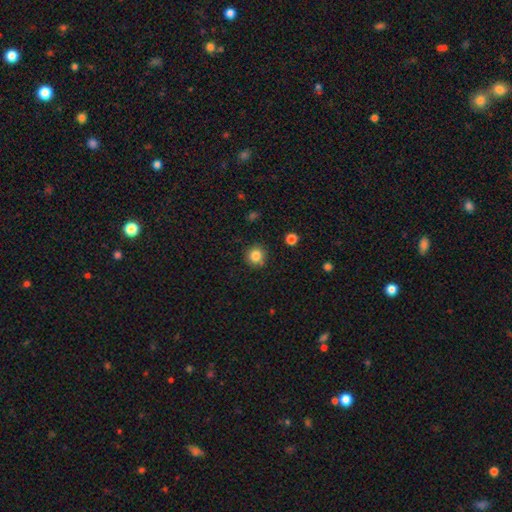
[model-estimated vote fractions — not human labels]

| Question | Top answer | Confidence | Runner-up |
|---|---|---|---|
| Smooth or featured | smooth | 84% | star or artifact (11%) |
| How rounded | round | 92% | in between (7%) |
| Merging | none | 86% | minor disturbance (9%) |